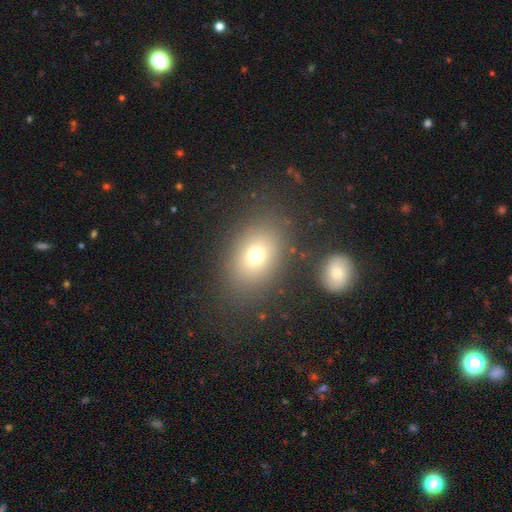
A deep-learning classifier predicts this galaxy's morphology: Overall: smooth (71%). How rounded: in between (68%; round 31%). Merging: none (78%).